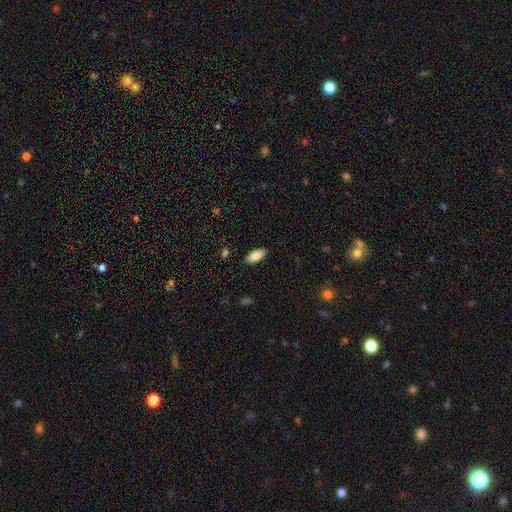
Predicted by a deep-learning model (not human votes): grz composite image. It shows a smooth galaxy with no disk features (84%) that is in between round and cigar-shaped (89%). Merging: none (88%).